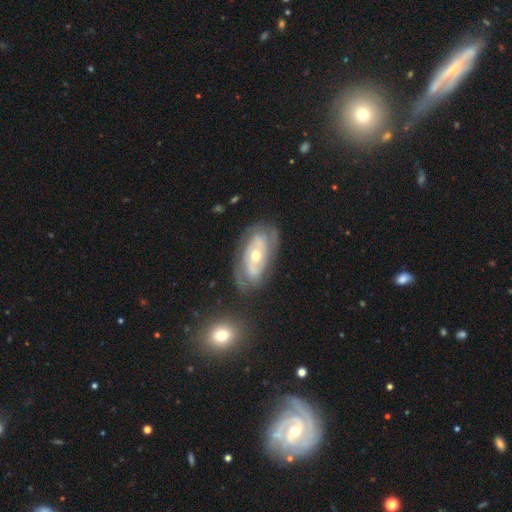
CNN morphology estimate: Smooth or featured?
  - featured or disk: 81% *
  - smooth: 13%
  - star or artifact: 6%
Edge-on disk?
  - no: 94% *
  - yes: 6%
Bar?
  - no: 69% *
  - weak: 22%
  - strong: 9%
Spiral arms?
  - yes: 85% *
  - no: 15%
Spiral winding?
  - tight: 63% *
  - medium: 28%
  - loose: 9%
Spiral arm count?
  - 2: 45% *
  - can't tell: 33%
  - 3: 12%
  - 1: 4%
  - 4: 4%
  - more than 4: 3%
Bulge size?
  - moderate: 57% *
  - small: 39%
  - large: 3%
  - none: 1%
  - dominant: 1%
Merging?
  - none: 70% *
  - minor disturbance: 19%
  - major disturbance: 8%
  - merger: 4%